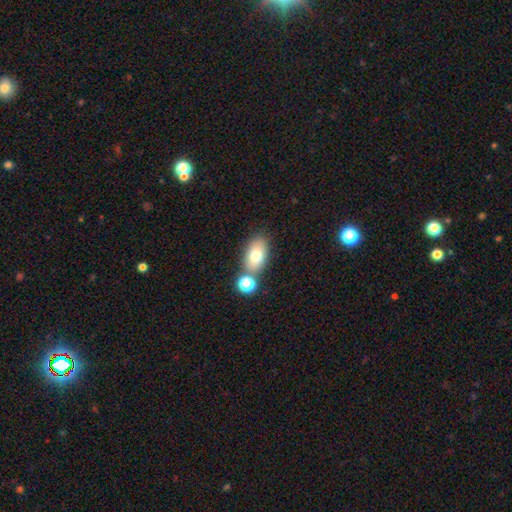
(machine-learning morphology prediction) smooth 75%, featured or disk 15%, star or artifact 10%. Down the decision tree: how rounded — in between (88%); merging — none (68%).